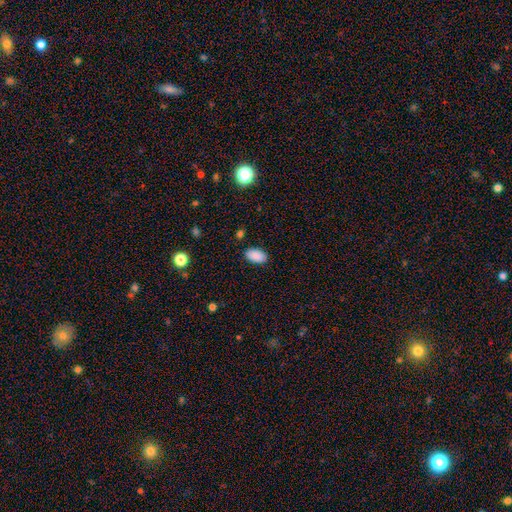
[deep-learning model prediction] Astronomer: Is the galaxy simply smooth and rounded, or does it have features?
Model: smooth — 89%.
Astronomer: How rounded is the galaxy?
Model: in between — 94%.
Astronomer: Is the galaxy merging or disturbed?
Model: none — 86%.